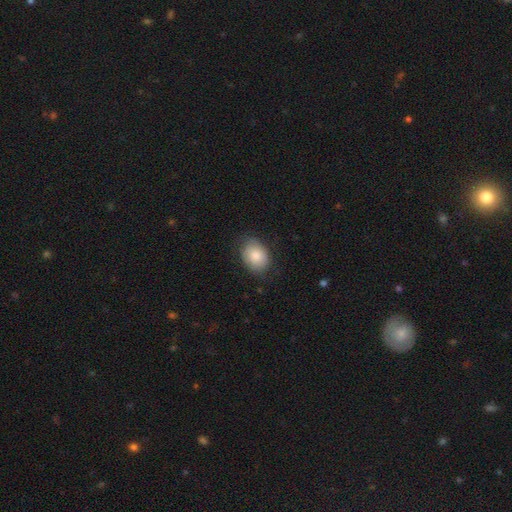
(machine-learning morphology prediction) Smooth or featured: smooth — 82% (featured or disk — 11%)
How rounded: in between — 72% (round — 27%)
Merging: none — 75% (minor disturbance — 19%)